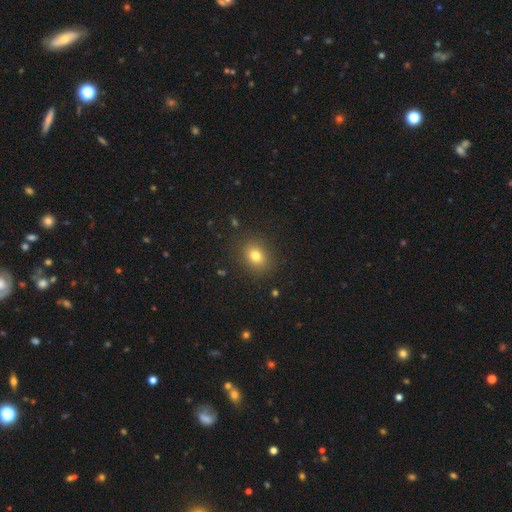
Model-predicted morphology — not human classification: A smooth galaxy with no disk features (79%) that is round (53%). Merging: none (87%).